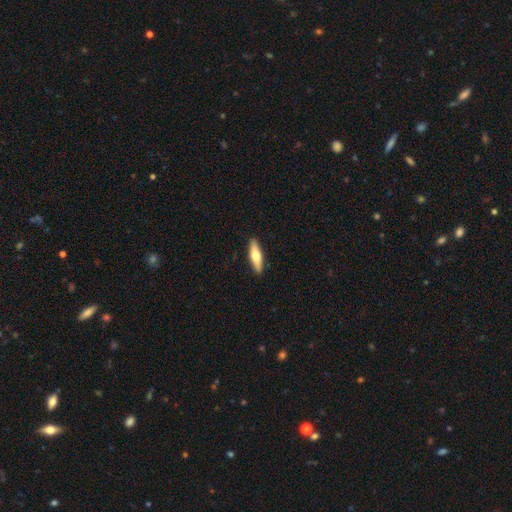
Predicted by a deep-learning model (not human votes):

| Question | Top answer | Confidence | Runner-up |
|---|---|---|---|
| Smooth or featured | smooth | 63% | featured or disk (31%) |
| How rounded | cigar-shaped | 58% | in between (40%) |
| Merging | none | 90% | minor disturbance (7%) |